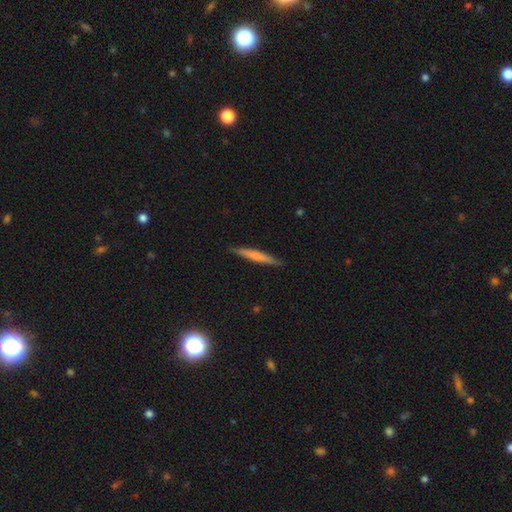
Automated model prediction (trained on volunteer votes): smooth-or-featured: smooth: 58% | featured or disk: 36% | star or artifact: 6%
  how-rounded: cigar-shaped: 96% | in between: 3% | round: 1%
  merging: none: 90% | minor disturbance: 7% | major disturbance: 1% | merger: 1%